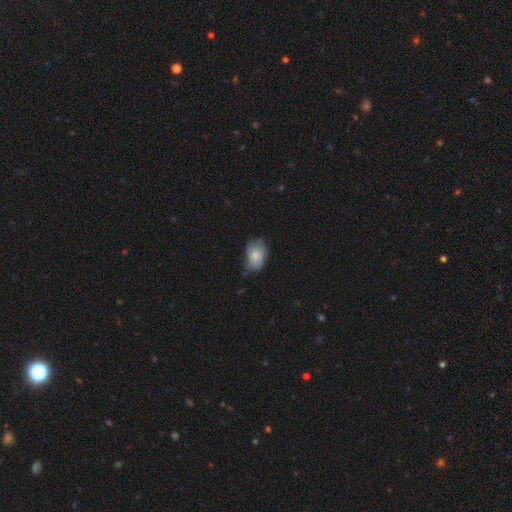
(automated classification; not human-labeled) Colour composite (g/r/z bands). It shows a smooth galaxy with no disk features (76%) that is in between round and cigar-shaped (82%). Merging: none (52%).